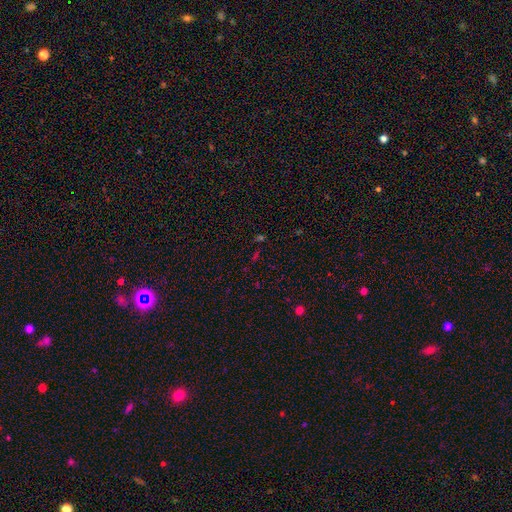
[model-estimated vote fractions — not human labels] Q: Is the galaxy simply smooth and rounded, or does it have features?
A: star or artifact — 58%.